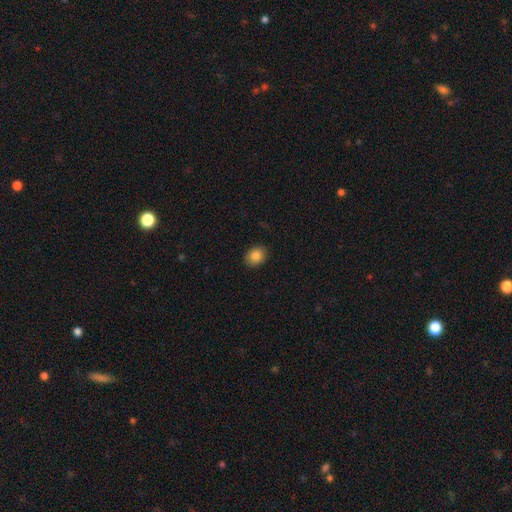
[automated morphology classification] smooth_or_featured: smooth (p=0.85) [alt: star or artifact p=0.09]
how_rounded: in between (p=0.59) [alt: round p=0.40]
merging: none (p=0.89) [alt: minor disturbance p=0.08]